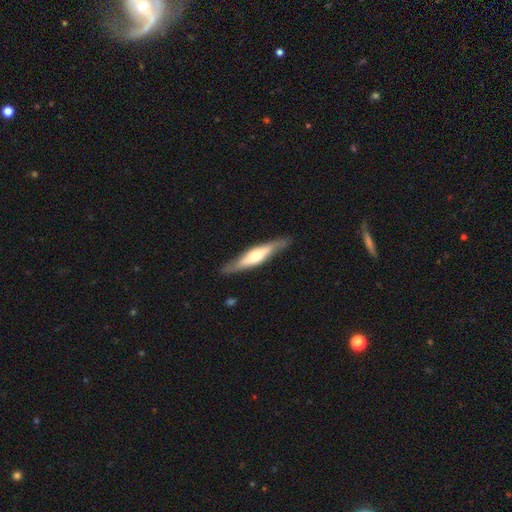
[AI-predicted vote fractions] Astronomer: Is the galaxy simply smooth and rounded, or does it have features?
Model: featured or disk — 60% (runner-up: smooth, 35%).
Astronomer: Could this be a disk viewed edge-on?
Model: yes — 87%.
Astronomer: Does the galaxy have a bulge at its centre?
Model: rounded — 82%.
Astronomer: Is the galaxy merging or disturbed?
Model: none — 85%.